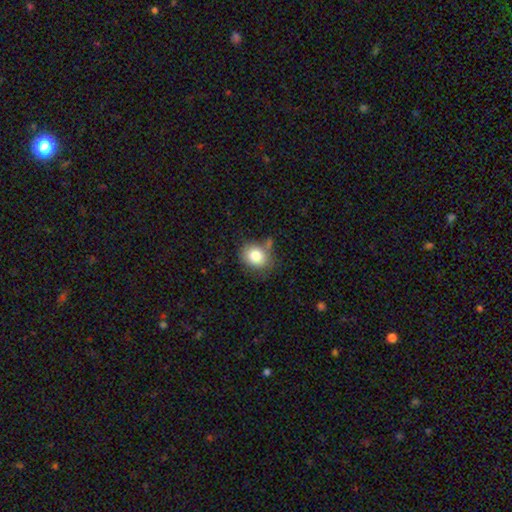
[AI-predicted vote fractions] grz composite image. It shows a smooth galaxy with no disk features (81%) that is round (59%). Merging: none (66%).